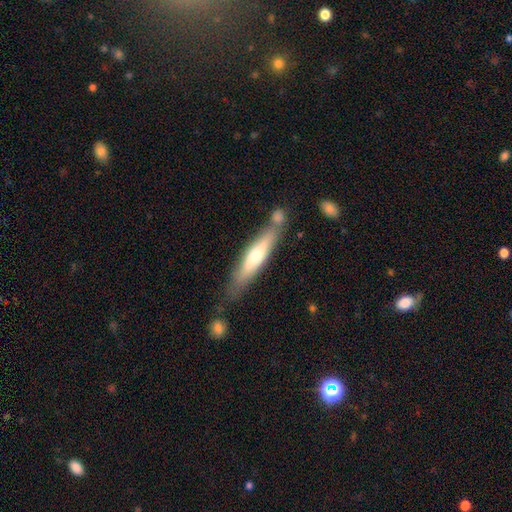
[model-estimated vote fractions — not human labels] Smooth or featured? smooth (52%)
How rounded? cigar-shaped (83%)
Merging? none (62%)